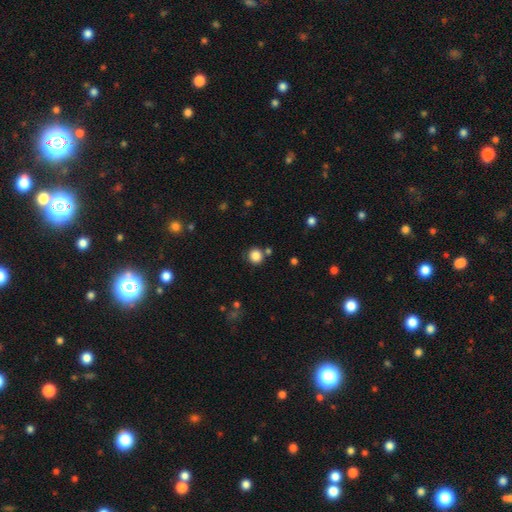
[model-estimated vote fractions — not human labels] Smooth or featured? Predicted: smooth (p=0.85). How rounded? Predicted: round (p=0.92). Merging? Predicted: none (p=0.81).